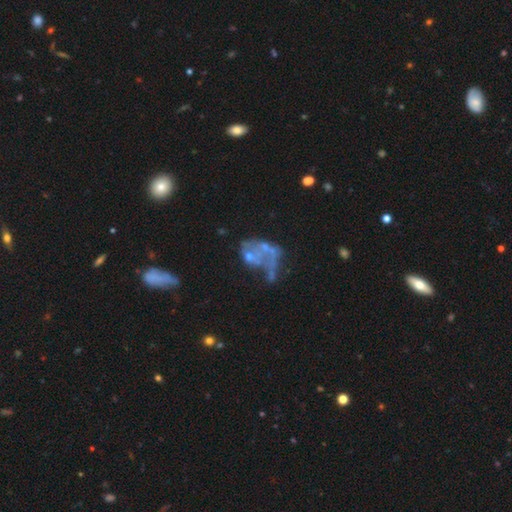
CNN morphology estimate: This appears to be a featured or disk galaxy (59%) with no bar (91%), no spiral arms (86%) and no central bulge (67%). Merging: major disturbance (40%).